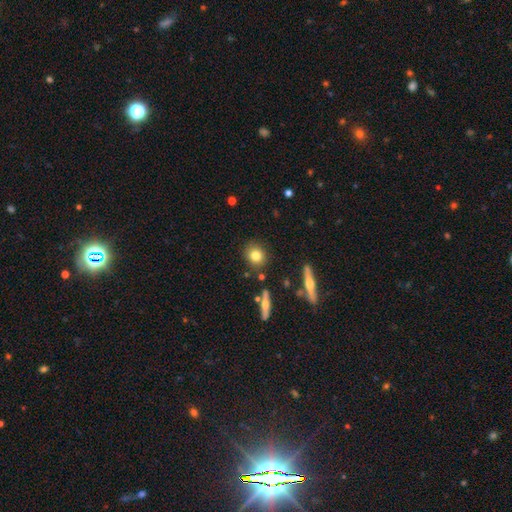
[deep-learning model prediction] A smooth galaxy with no disk features (78%) that is round (79%). Merging: none (84%).